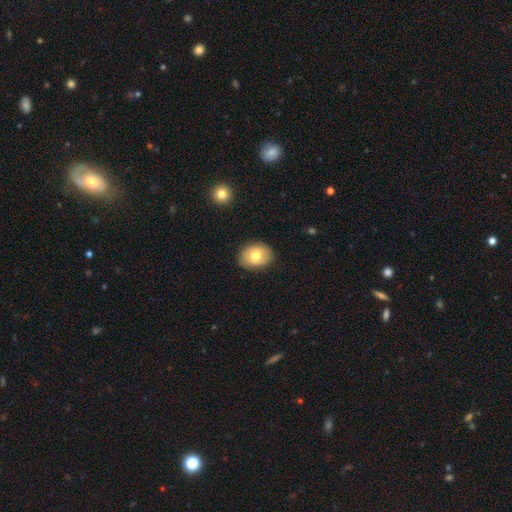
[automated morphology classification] Smooth or featured: smooth — 72% (featured or disk — 20%)
How rounded: in between — 68% (round — 31%)
Merging: none — 85% (minor disturbance — 12%)